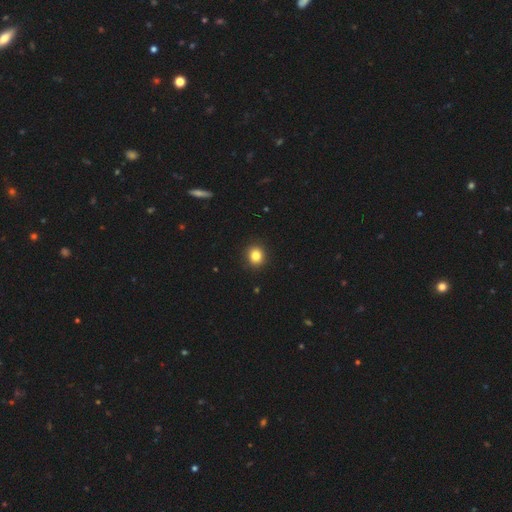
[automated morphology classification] smooth_or_featured: smooth (p=0.84) [alt: star or artifact p=0.11]
how_rounded: round (p=0.82) [alt: in between p=0.17]
merging: none (p=0.92) [alt: minor disturbance p=0.05]